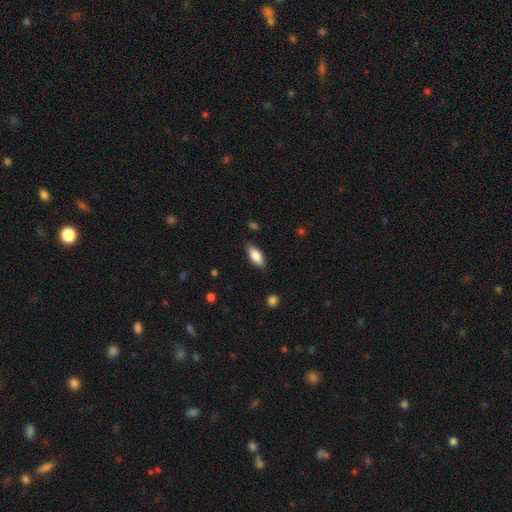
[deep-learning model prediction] Smooth or featured: smooth — 82% (featured or disk — 11%)
How rounded: in between — 84% (cigar-shaped — 13%)
Merging: none — 85% (minor disturbance — 11%)